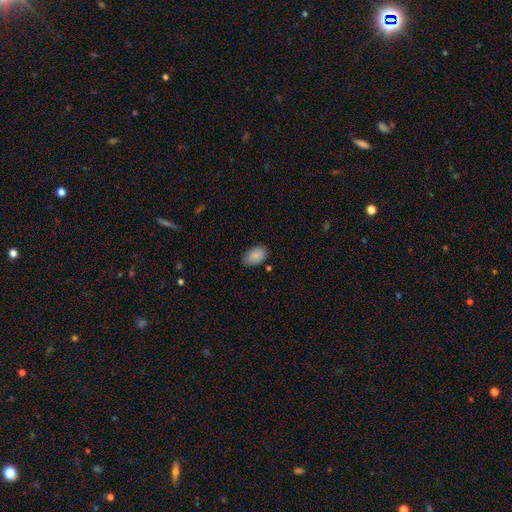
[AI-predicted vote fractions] A smooth galaxy with no disk features (87%) that is in between round and cigar-shaped (90%). Merging: none (82%).